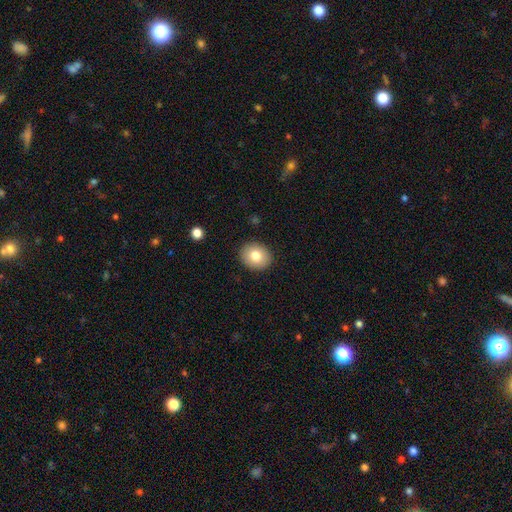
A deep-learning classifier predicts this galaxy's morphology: A smooth galaxy with no disk features (79%) that is round (68%).

Vote fractions:
- Smooth or featured? smooth: 79% / featured or disk: 12% / star or artifact: 9%
- How rounded? round: 68% / in between: 31% / cigar-shaped: 1%
- Merging? none: 90% / minor disturbance: 7% / major disturbance: 2% / merger: 1%